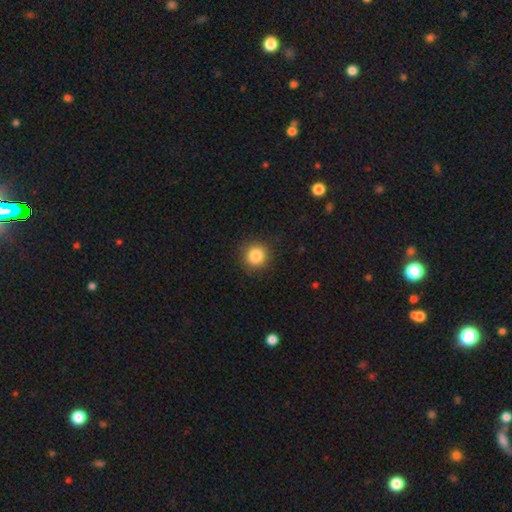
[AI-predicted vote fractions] Smooth or featured: smooth — 85% (star or artifact — 10%)
How rounded: round — 93% (in between — 6%)
Merging: none — 90% (minor disturbance — 7%)